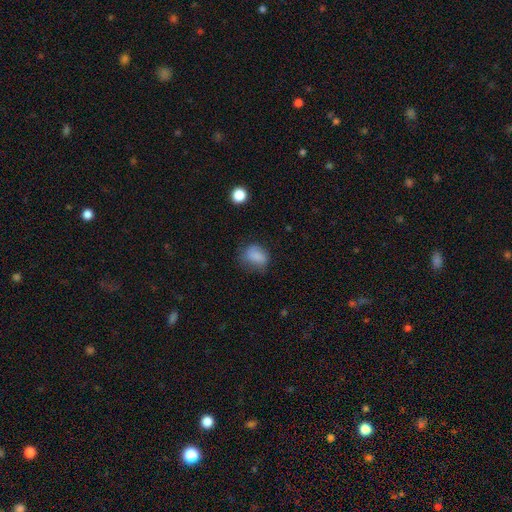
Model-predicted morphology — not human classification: This is clearly a smooth galaxy (81%). How rounded: likely in between (63%). Merging: possibly none (57%).